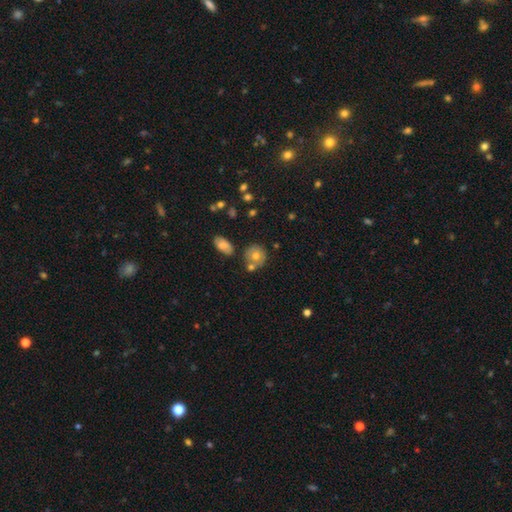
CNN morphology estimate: type=smooth (70%); roundness=round (82%); merging=none (61%).